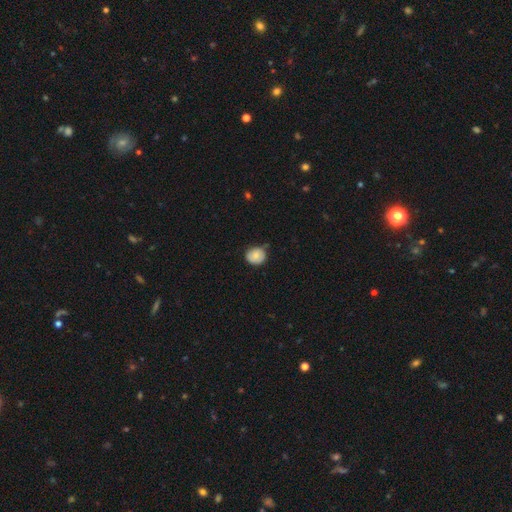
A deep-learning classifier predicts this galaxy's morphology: smooth-or-featured: smooth: 78% | featured or disk: 14% | star or artifact: 8%
  how-rounded: round: 77% | in between: 22% | cigar-shaped: 1%
  merging: none: 65% | minor disturbance: 29% | major disturbance: 4% | merger: 3%